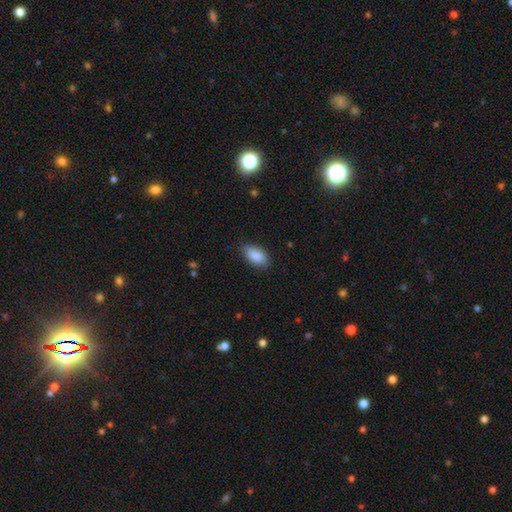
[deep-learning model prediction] This is clearly a smooth galaxy (88%). How rounded: clearly in between (93%). Merging: clearly none (80%).